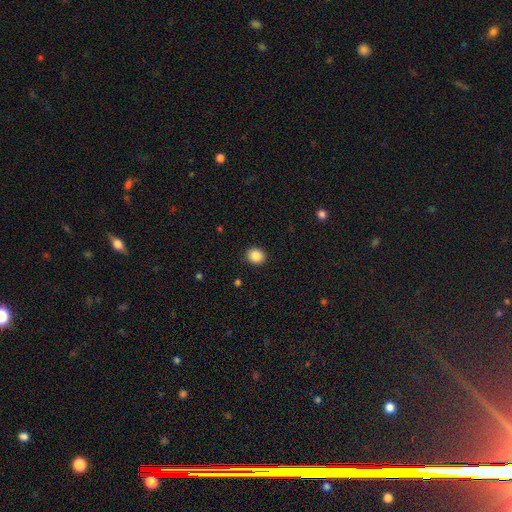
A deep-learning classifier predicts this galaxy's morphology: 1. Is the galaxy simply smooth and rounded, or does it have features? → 87% smooth, 9% star or artifact, 4% featured or disk.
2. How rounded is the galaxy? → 74% round, 25% in between, 1% cigar-shaped.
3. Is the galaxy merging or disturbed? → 92% none, 6% minor disturbance, 2% major disturbance, 1% merger.